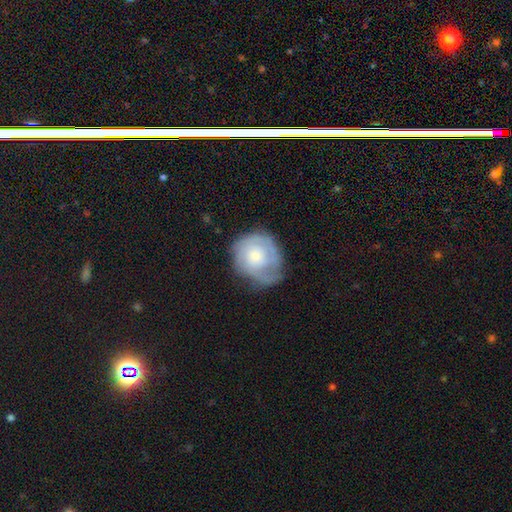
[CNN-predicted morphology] featured or disk 56%, smooth 37%, star or artifact 6%. Down the decision tree: edge-on disk — no (98%); bar — no (80%); spiral arms — yes (78%); bulge size — moderate (43%); merging — none (51%).